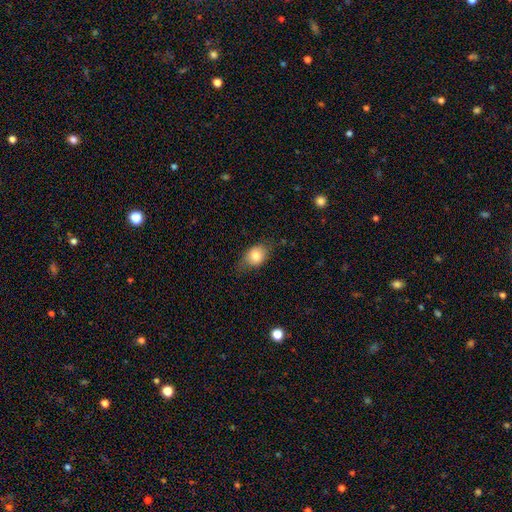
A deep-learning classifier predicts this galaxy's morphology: This is likely a smooth galaxy (77%). How rounded: likely in between (66%). Merging: likely none (68%).